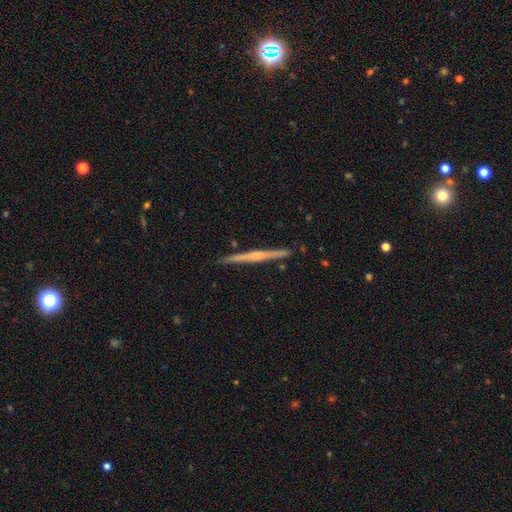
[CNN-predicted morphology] Smooth or featured: featured or disk — 69% (smooth — 26%)
Edge-on disk: yes — 98% (no — 2%)
Edge-on bulge: none — 48% (rounded — 41%)
Merging: none — 92% (minor disturbance — 6%)